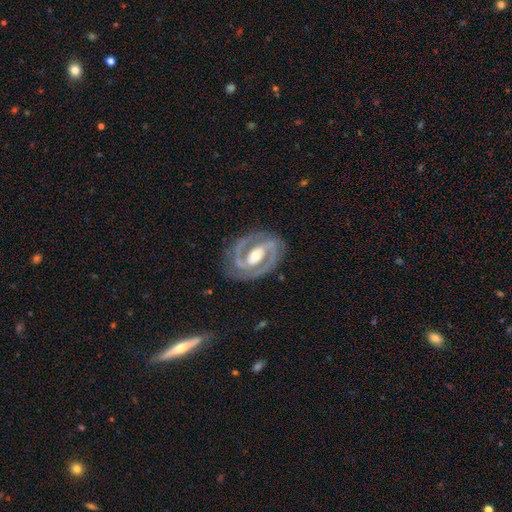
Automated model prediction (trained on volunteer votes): featured or disk 92%, smooth 4%, star or artifact 4%. Down the decision tree: edge-on disk — no (97%); bar — strong (43%); spiral arms — yes (98%); spiral arm count — 2 (93%); spiral winding — tight (47%, tied with medium); bulge size — moderate (64%); merging — none (83%).